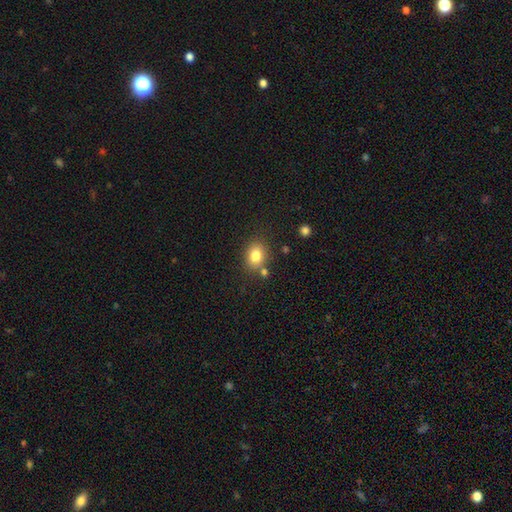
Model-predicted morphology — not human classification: Smooth or featured?
  - smooth: 82% *
  - star or artifact: 10%
  - featured or disk: 8%
How rounded?
  - in between: 52% *
  - round: 47%
  - cigar-shaped: 1%
Merging?
  - none: 75% *
  - minor disturbance: 12%
  - merger: 10%
  - major disturbance: 3%